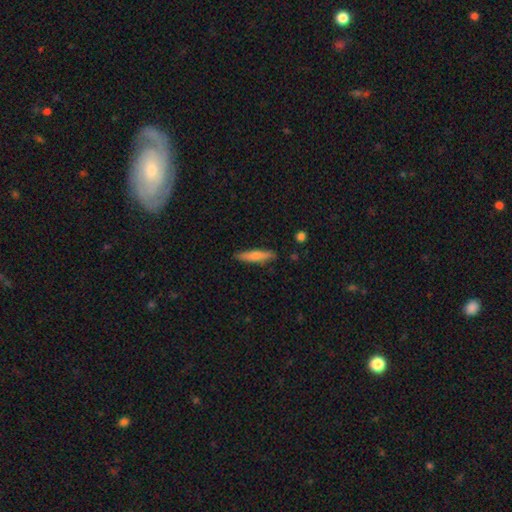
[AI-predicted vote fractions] Smooth or featured: smooth — 67% (featured or disk — 27%)
How rounded: cigar-shaped — 84% (in between — 14%)
Merging: none — 86% (minor disturbance — 10%)